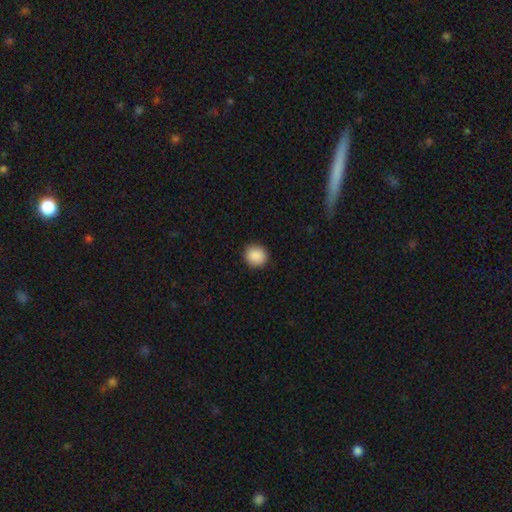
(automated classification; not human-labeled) This appears to be a smooth galaxy with no disk features (90%) that is round (85%). Merging: none (90%).